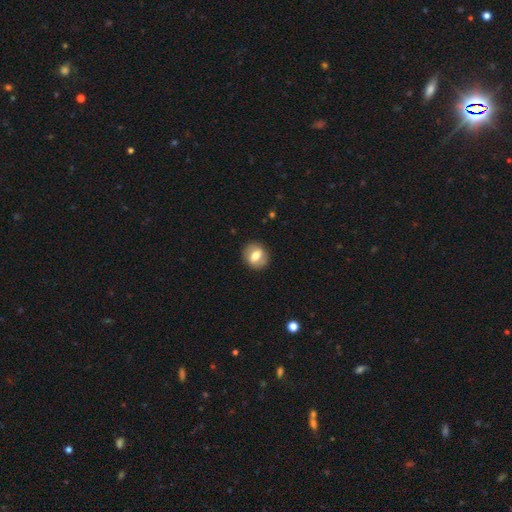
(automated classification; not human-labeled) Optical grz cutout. It shows a smooth galaxy with no disk features (61%) that is round (71%). Merging: none (87%).